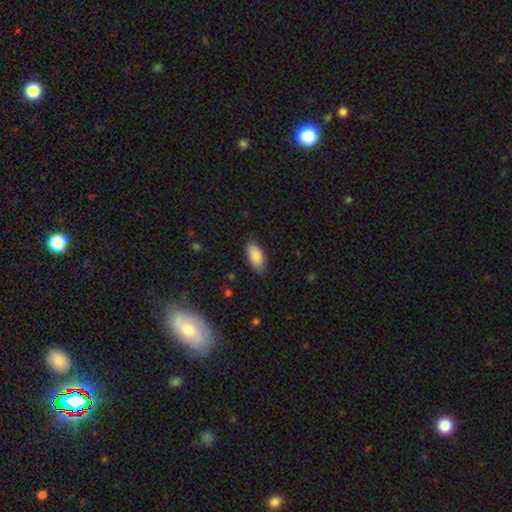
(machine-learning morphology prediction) Smooth or featured: smooth — 86% (featured or disk — 8%)
How rounded: in between — 92% (cigar-shaped — 6%)
Merging: none — 80% (minor disturbance — 16%)